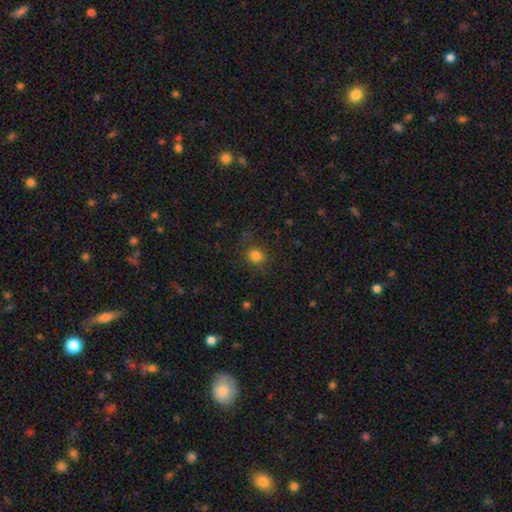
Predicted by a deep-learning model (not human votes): smooth-or-featured: smooth: 80% | star or artifact: 14% | featured or disk: 6%
  how-rounded: round: 80% | in between: 19% | cigar-shaped: 1%
  merging: none: 76% | minor disturbance: 15% | major disturbance: 7% | merger: 1%